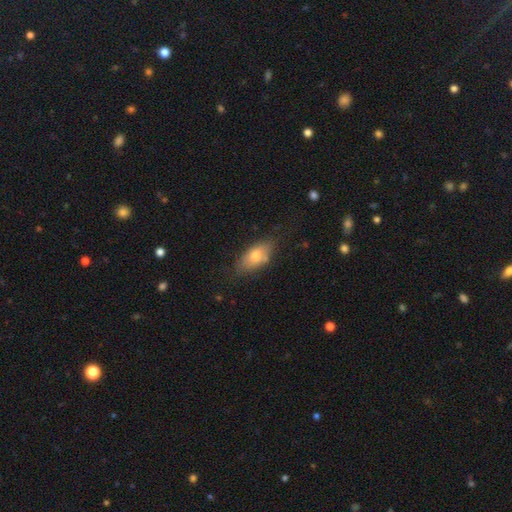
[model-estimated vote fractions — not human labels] A smooth galaxy with no disk features (72%) that is in between round and cigar-shaped (88%). Merging: none (72%).